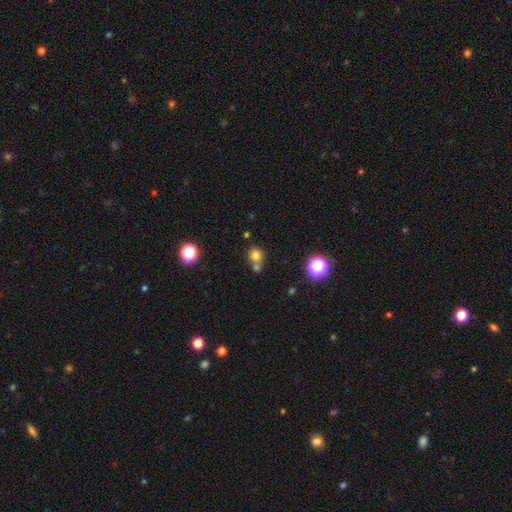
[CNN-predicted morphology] type=smooth (75%); roundness=round (83%); merging=none (52%).